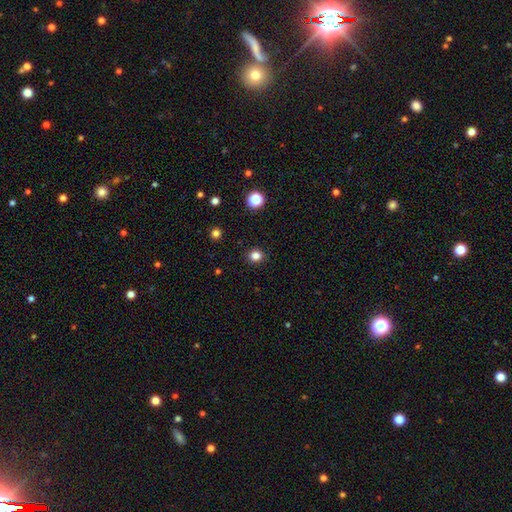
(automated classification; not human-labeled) This is clearly a smooth galaxy (82%). How rounded: clearly round (85%). Merging: clearly none (91%).